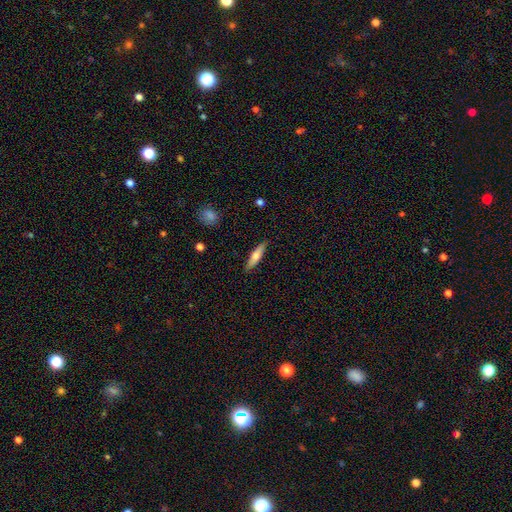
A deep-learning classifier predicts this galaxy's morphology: Smooth or featured?
  - smooth: 64% *
  - featured or disk: 31%
  - star or artifact: 6%
How rounded?
  - cigar-shaped: 77% *
  - in between: 21%
  - round: 2%
Merging?
  - none: 87% *
  - minor disturbance: 9%
  - major disturbance: 2%
  - merger: 1%